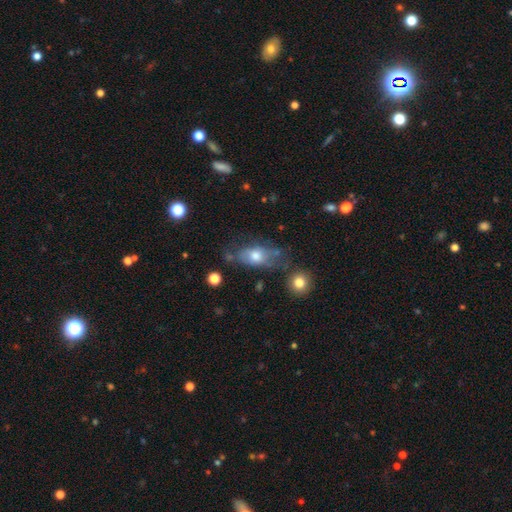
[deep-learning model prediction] Q: Smooth or featured?
A: smooth (64%); runner-up: featured or disk (27%)
Q: How rounded?
A: in between (83%); runner-up: round (10%)
Q: Merging?
A: none (47%); runner-up: minor disturbance (27%)